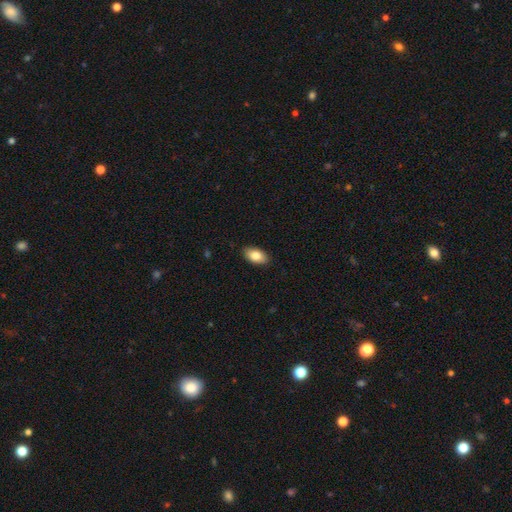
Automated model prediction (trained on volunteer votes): Smooth or featured? smooth (83%)
How rounded? in between (94%)
Merging? none (88%)